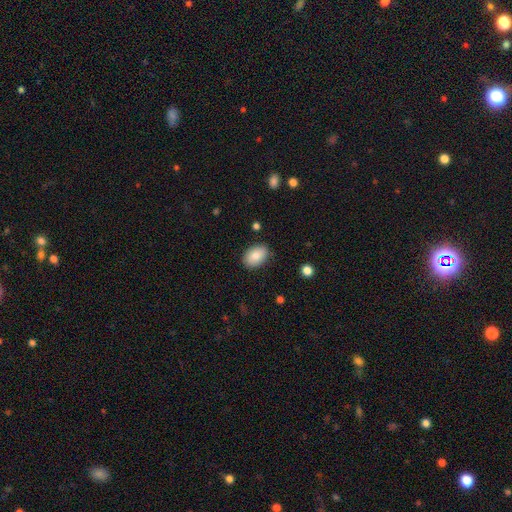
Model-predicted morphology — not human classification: This is clearly a smooth galaxy (84%). How rounded: clearly in between (87%). Merging: clearly none (85%).